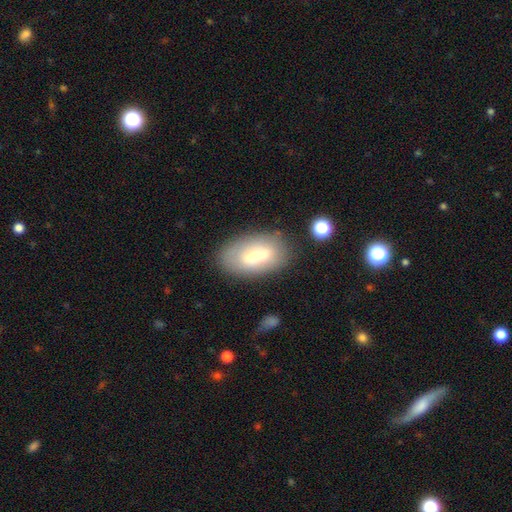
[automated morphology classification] Smooth or featured? smooth (61%)
How rounded? in between (91%)
Merging? none (76%)